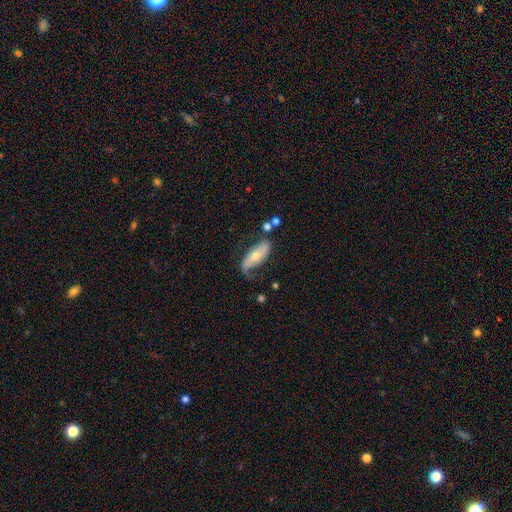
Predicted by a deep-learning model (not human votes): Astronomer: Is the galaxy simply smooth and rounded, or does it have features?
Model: featured or disk — 59% (runner-up: smooth, 35%).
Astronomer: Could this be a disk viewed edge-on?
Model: no — 80%.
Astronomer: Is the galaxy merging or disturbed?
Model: none — 52% (runner-up: minor disturbance, 28%).